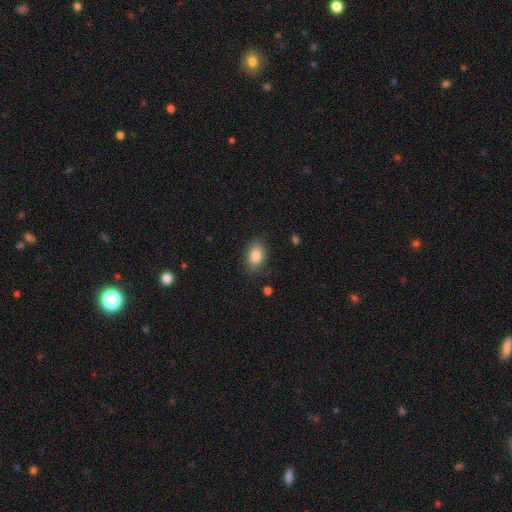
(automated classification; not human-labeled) Smooth or featured? Predicted: smooth (p=0.83). How rounded? Predicted: in between (p=0.85). Merging? Predicted: none (p=0.82).